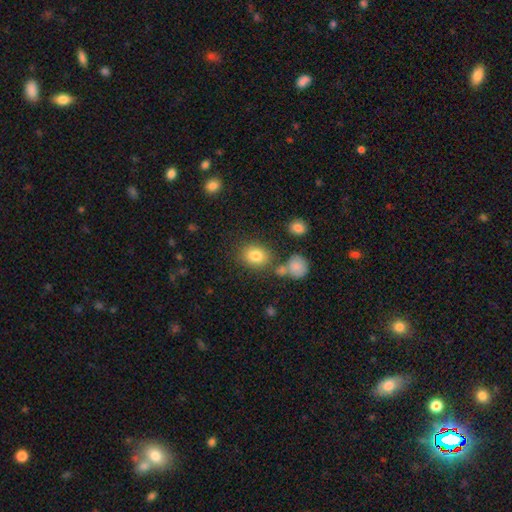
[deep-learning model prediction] Smooth or featured? smooth (80%)
How rounded? round (57%)
Merging? none (74%)